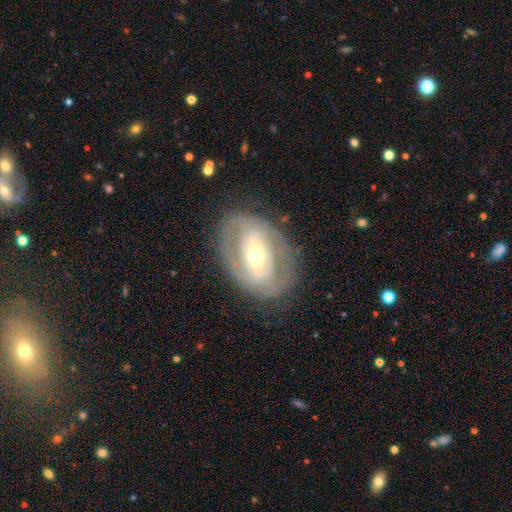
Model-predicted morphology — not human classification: The model was most divided on "bar": strong: 40%, weak: 35%, no: 25%. More confident: edge-on disk — no (94%); merging — none (77%); smooth or featured — featured or disk (75%); bulge size — moderate (65%); spiral arms — yes (57%).